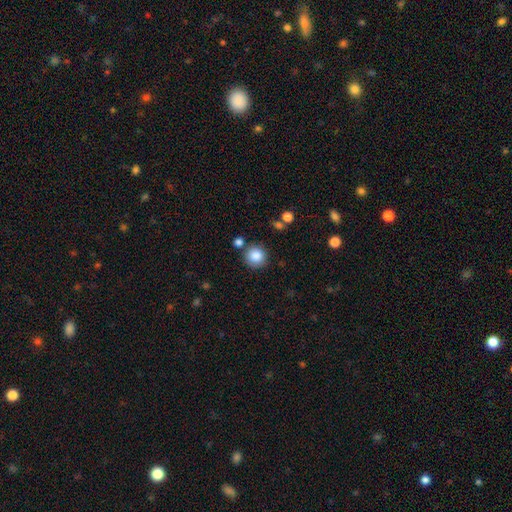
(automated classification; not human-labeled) Smooth or featured: smooth — 86% (star or artifact — 9%)
How rounded: round — 92% (in between — 7%)
Merging: none — 82% (minor disturbance — 9%)